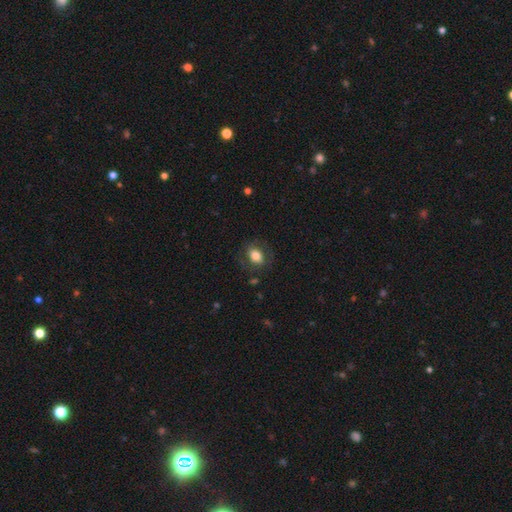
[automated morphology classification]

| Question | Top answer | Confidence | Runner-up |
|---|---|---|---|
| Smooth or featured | smooth | 75% | featured or disk (17%) |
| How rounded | in between | 71% | round (28%) |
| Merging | none | 77% | minor disturbance (14%) |